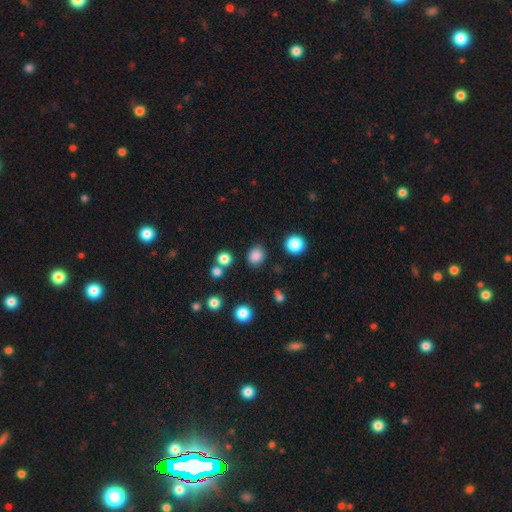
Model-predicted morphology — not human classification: The model was most divided on "how rounded": round: 72%, in between: 27%, cigar-shaped: 1%. More confident: merging — none (84%); smooth or featured — smooth (83%).